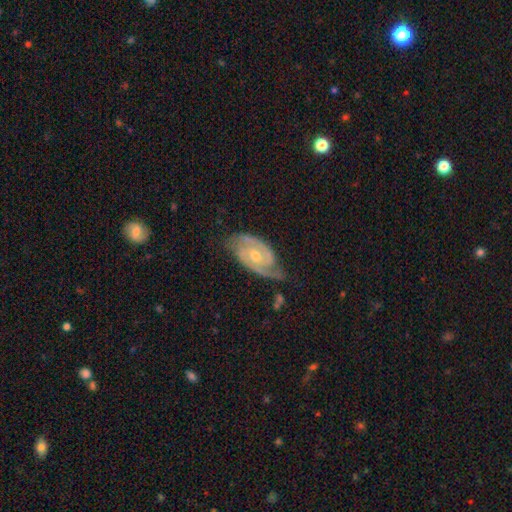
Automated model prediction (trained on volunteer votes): Smooth or featured? Predicted: featured or disk (p=0.90). Edge-on disk? Predicted: no (p=0.96). Bar? Predicted: no (p=0.56). Spiral arms? Predicted: yes (p=0.98). Spiral winding? Predicted: tight (p=0.54). Spiral arm count? Predicted: 2 (p=0.89). Bulge size? Predicted: moderate (p=0.59). Merging? Predicted: none (p=0.73).